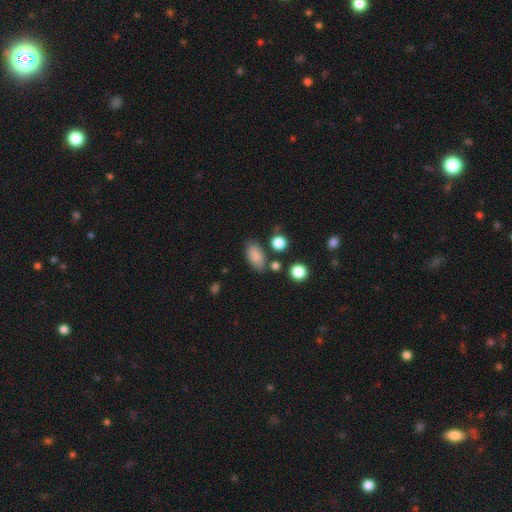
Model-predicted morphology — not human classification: smooth 84%, star or artifact 9%, featured or disk 8%. Down the decision tree: how rounded — in between (90%); merging — none (74%).